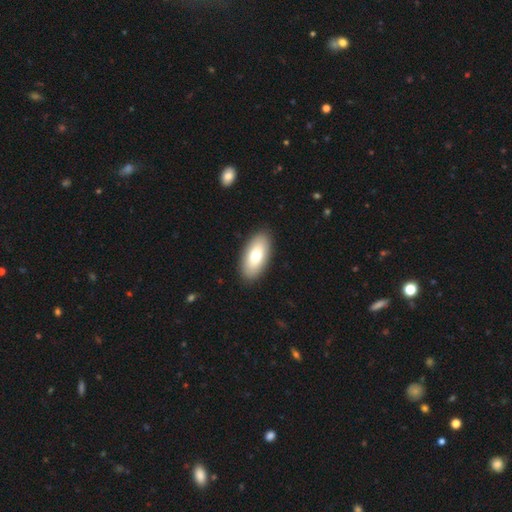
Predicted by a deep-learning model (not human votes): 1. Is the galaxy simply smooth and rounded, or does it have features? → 77% smooth, 18% featured or disk, 5% star or artifact.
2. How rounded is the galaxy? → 92% in between, 6% cigar-shaped, 2% round.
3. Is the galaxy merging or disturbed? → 89% none, 8% minor disturbance, 2% major disturbance, 1% merger.